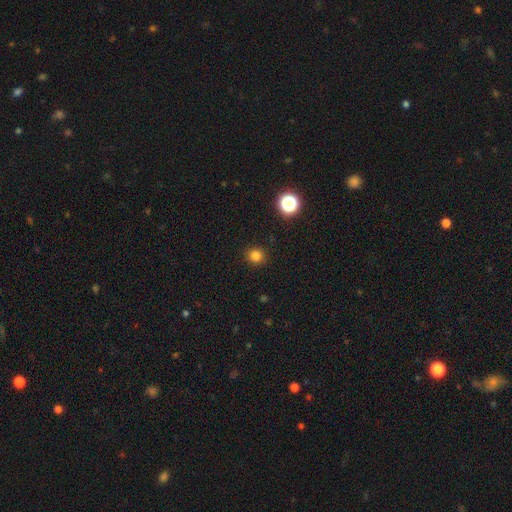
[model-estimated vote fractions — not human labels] A smooth galaxy with no disk features (81%) that is round (91%).

Vote fractions:
- Smooth or featured? smooth: 81% / star or artifact: 15% / featured or disk: 4%
- How rounded? round: 91% / in between: 8% / cigar-shaped: 1%
- Merging? none: 91% / minor disturbance: 6% / major disturbance: 2% / merger: 1%